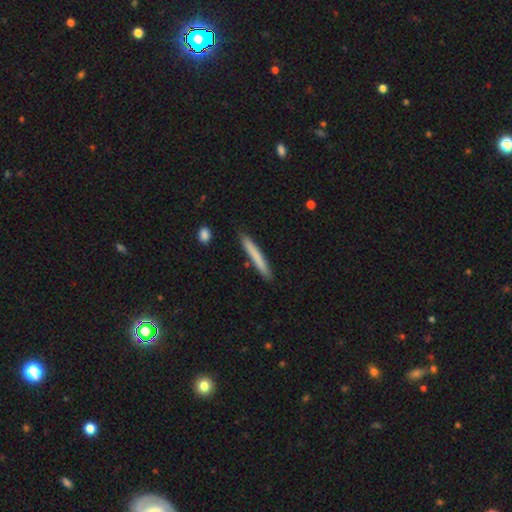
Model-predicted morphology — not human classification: This appears to be a smooth galaxy with no disk features (75%) that is cigar-shaped (97%). Merging: none (88%).